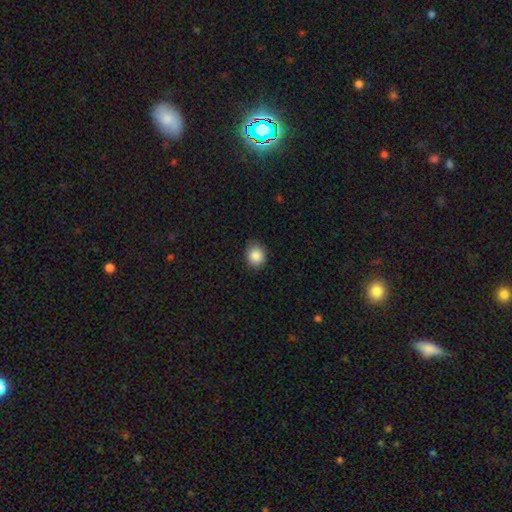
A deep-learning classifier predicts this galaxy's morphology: Smooth or featured? smooth (88%)
How rounded? round (62%)
Merging? none (85%)